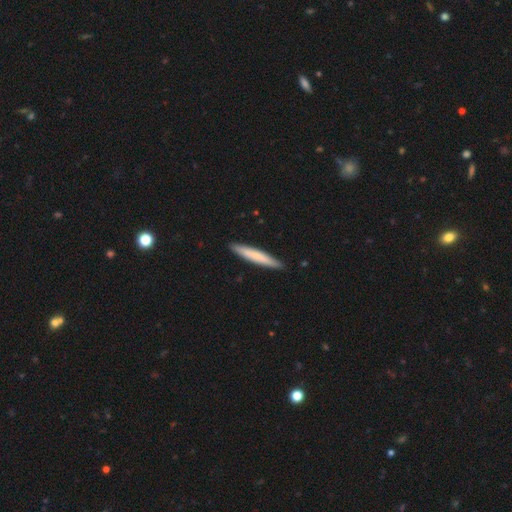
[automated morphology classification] A smooth galaxy with no disk features (70%) that is cigar-shaped (95%). Merging: none (90%).